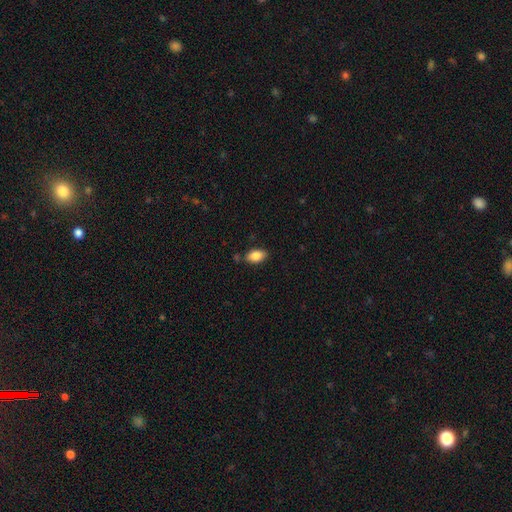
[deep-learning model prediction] Smooth or featured?
  - smooth: 86% *
  - star or artifact: 8%
  - featured or disk: 6%
How rounded?
  - in between: 91% *
  - round: 6%
  - cigar-shaped: 3%
Merging?
  - none: 81% *
  - minor disturbance: 13%
  - merger: 3%
  - major disturbance: 3%